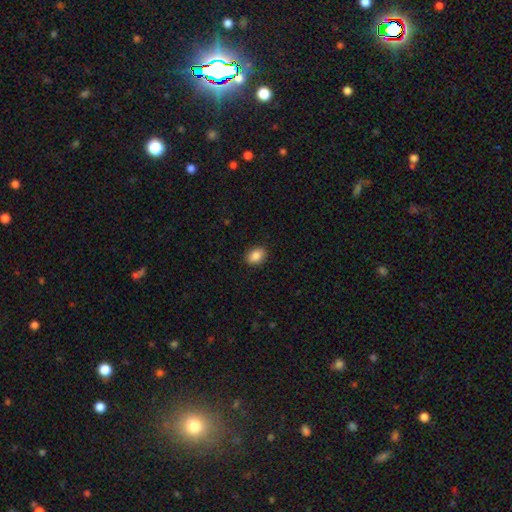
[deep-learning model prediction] Smooth or featured? Predicted: smooth (p=0.87). How rounded? Predicted: in between (p=0.75). Merging? Predicted: none (p=0.89).